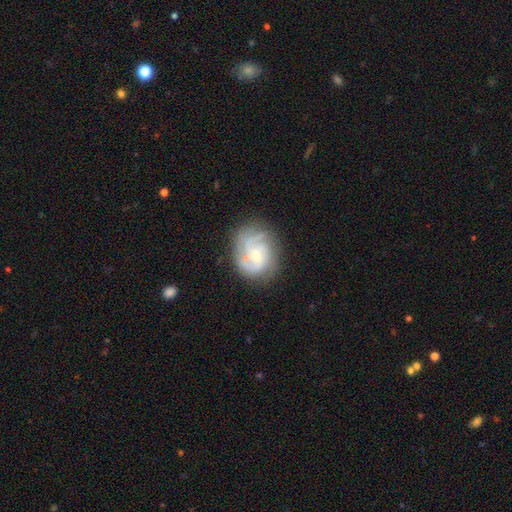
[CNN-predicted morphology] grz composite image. It shows a featured or disk galaxy (80%) with no bar (62%), 3 (35%) tight (47%) spiral arms (93%) and a small central bulge (66%). Merging: none (66%).